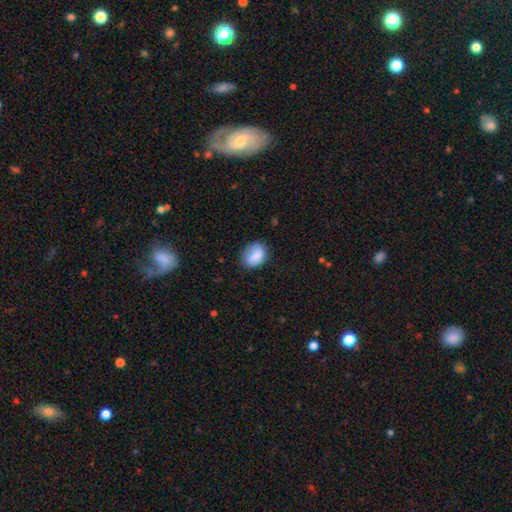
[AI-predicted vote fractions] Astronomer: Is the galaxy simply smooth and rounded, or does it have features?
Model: smooth — 82%.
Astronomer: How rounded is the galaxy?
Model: in between — 58% (runner-up: round, 41%).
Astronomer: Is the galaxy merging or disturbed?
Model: none — 69%.